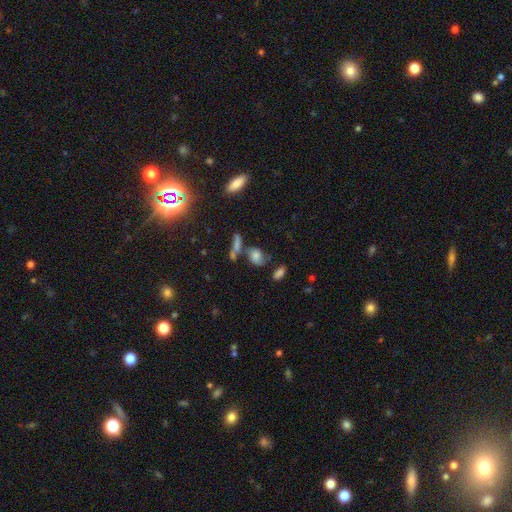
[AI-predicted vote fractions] Smooth or featured? smooth (65%)
How rounded? in between (68%)
Merging? none (45%)